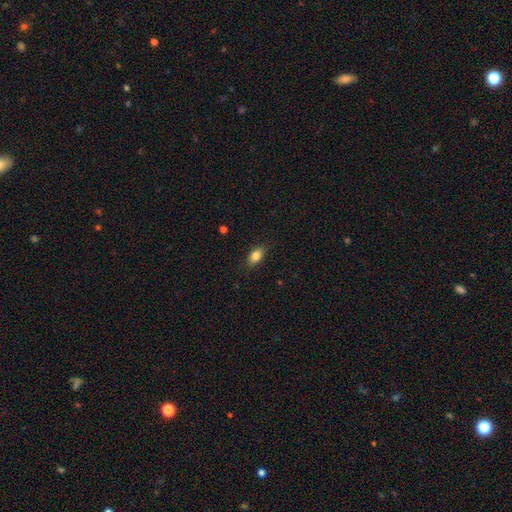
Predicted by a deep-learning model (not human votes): Smooth or featured? smooth (83%)
How rounded? in between (84%)
Merging? none (85%)